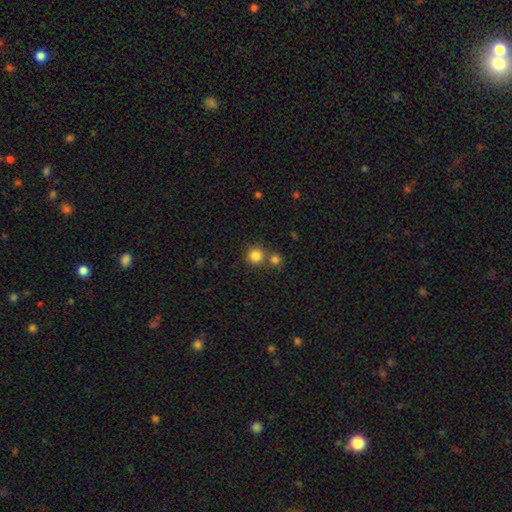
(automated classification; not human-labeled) This is clearly a smooth galaxy (83%). How rounded: clearly round (92%). Merging: likely none (67%).